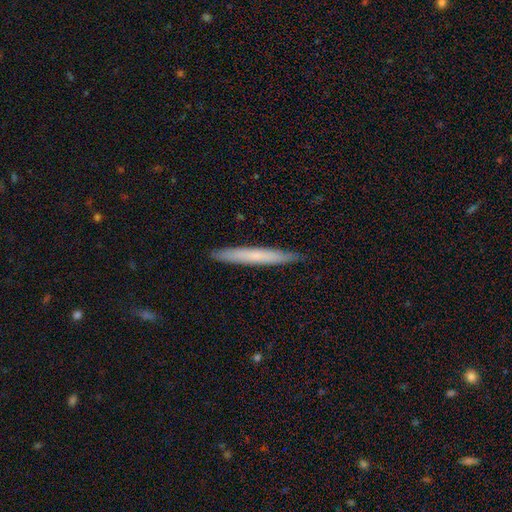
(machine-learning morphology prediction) Smooth or featured? smooth (62%)
How rounded? cigar-shaped (96%)
Merging? none (91%)